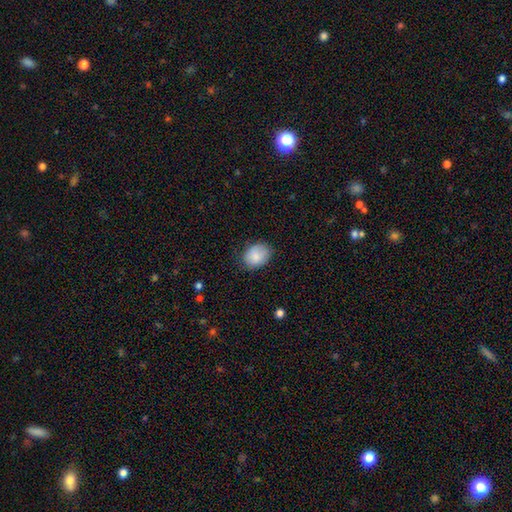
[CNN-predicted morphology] The model was most divided on "how rounded": in between: 59%, round: 40%, cigar-shaped: 1%. More confident: smooth or featured — smooth (86%); merging — none (76%).